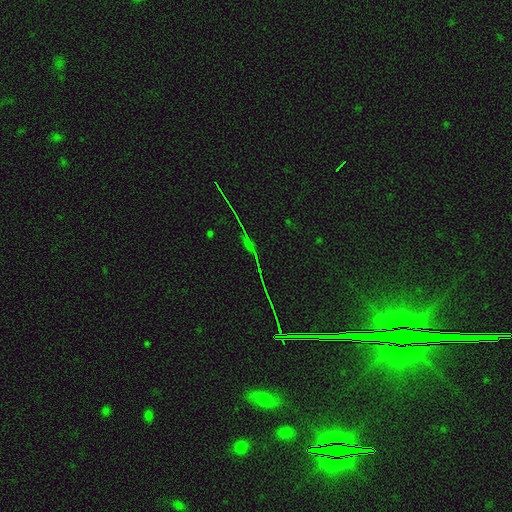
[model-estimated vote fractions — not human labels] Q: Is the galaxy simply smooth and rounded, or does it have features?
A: star or artifact — 66%.